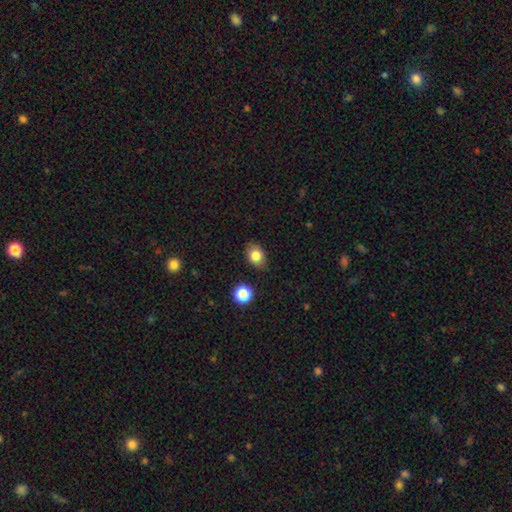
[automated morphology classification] The model was most divided on "how rounded": in between: 68%, round: 31%, cigar-shaped: 1%. More confident: merging — none (81%); smooth or featured — smooth (81%).